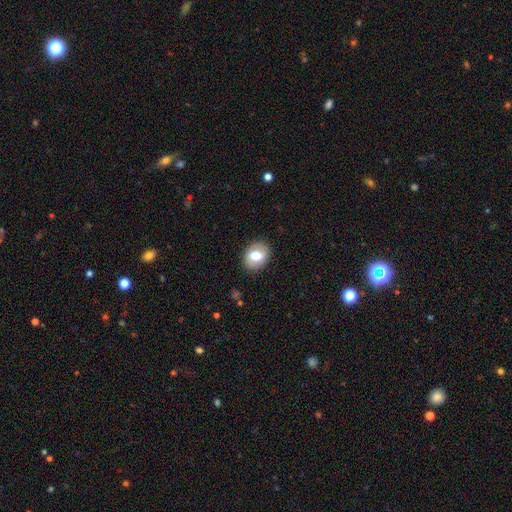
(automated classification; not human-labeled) Overall: smooth (73%). How rounded: in between (62%; round 37%). Merging: none (87%).